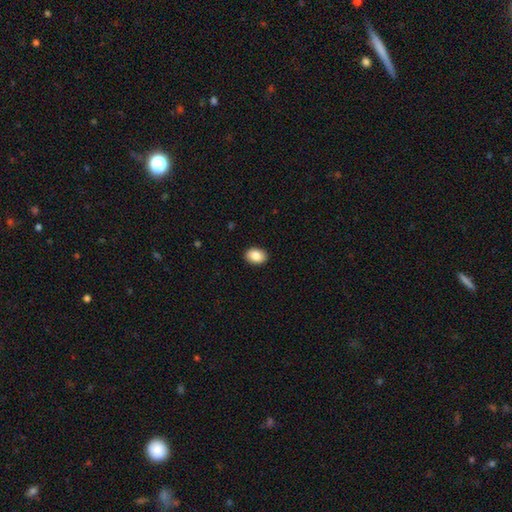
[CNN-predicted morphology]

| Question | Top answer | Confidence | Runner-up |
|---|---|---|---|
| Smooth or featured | smooth | 87% | star or artifact (7%) |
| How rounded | in between | 77% | round (22%) |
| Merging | none | 91% | minor disturbance (7%) |